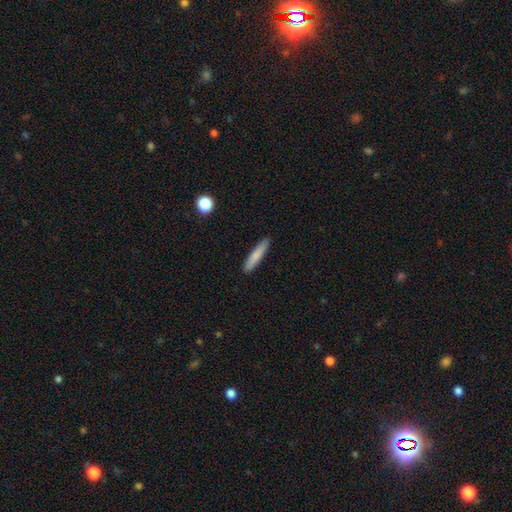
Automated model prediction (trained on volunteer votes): Overall: smooth (79%). How rounded: cigar-shaped (91%). Merging: none (89%).